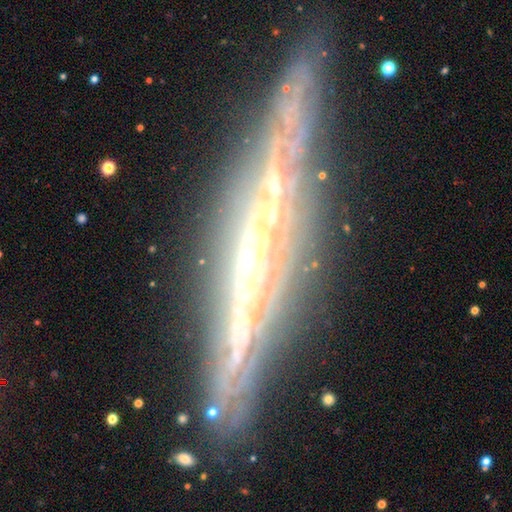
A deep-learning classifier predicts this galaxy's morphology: Q: Smooth or featured?
A: featured or disk (76%); runner-up: star or artifact (12%)
Q: Edge-on disk?
A: yes (78%); runner-up: no (22%)
Q: Edge-on bulge?
A: none (53%); runner-up: rounded (34%)
Q: Merging?
A: none (78%); runner-up: minor disturbance (14%)